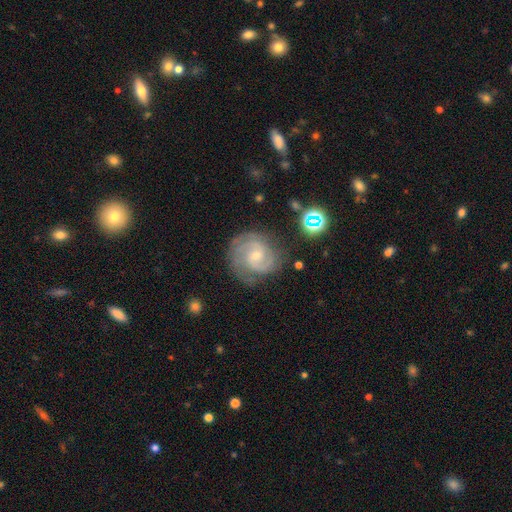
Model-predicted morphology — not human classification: smooth-or-featured: featured or disk: 86% | smooth: 8% | star or artifact: 6%
  disk-edge-on: no: 98% | yes: 2%
    bar: no: 47% | weak: 46% | strong: 7%
    has-spiral-arms: yes: 97% | no: 3%
      spiral-winding: tight: 52% | medium: 41% | loose: 7%
      spiral-arm-count: 2: 64% | 3: 17% | can't tell: 11% | 4: 3% | 1: 3% | more than 4: 3%
    bulge-size: small: 61% | moderate: 33% | none: 3% | large: 1% | dominant: 1%
  merging: none: 73% | minor disturbance: 18% | major disturbance: 7% | merger: 2%